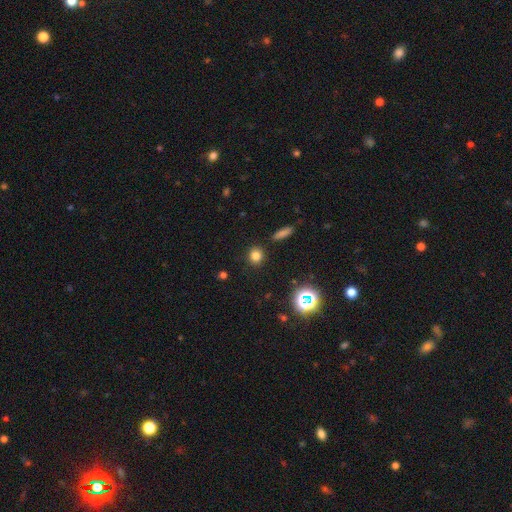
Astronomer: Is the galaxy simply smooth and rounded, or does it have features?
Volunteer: smooth — 82%.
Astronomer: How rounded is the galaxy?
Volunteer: round — 84%.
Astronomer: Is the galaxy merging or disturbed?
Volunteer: none — 91%.